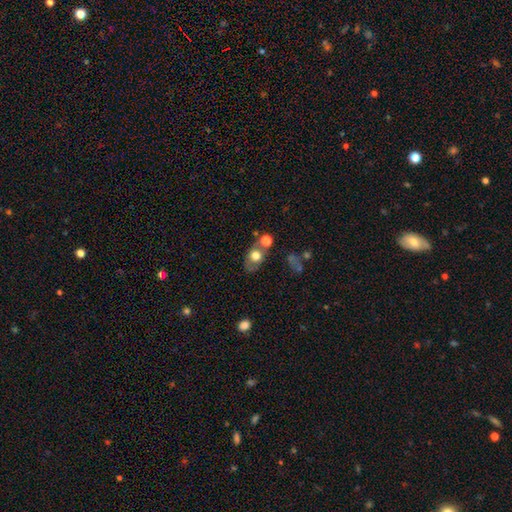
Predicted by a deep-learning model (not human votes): Q: Smooth or featured?
A: smooth (64%); runner-up: featured or disk (26%)
Q: How rounded?
A: in between (64%); runner-up: round (33%)
Q: Merging?
A: none (56%); runner-up: merger (21%)